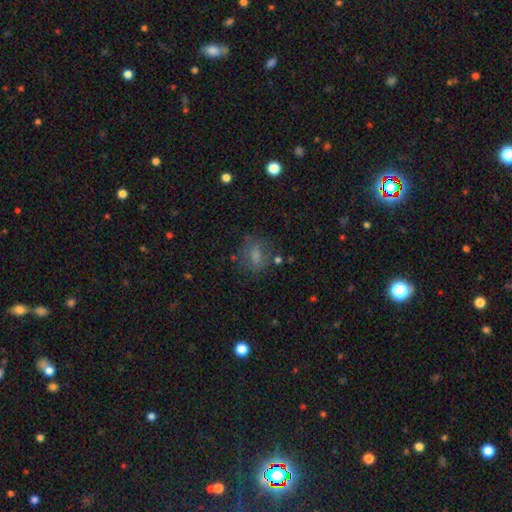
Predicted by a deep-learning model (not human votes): Smooth or featured: smooth — 64% (featured or disk — 22%)
How rounded: in between — 57% (round — 39%)
Merging: none — 64% (minor disturbance — 19%)